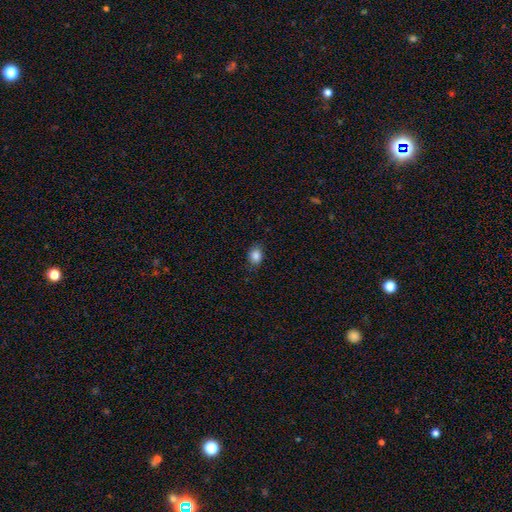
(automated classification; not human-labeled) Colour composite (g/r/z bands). It shows a smooth galaxy with no disk features (86%) that is in between round and cigar-shaped (63%). Merging: none (82%).